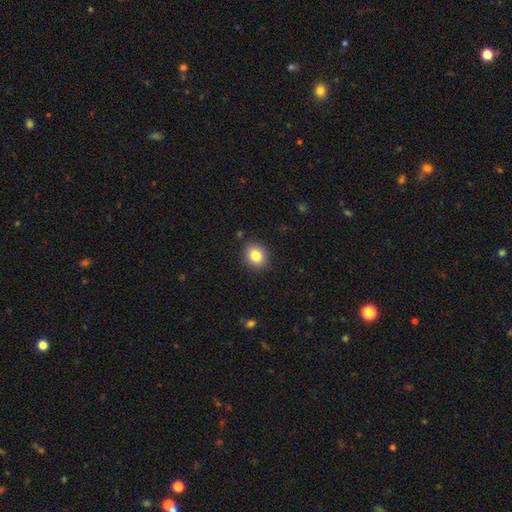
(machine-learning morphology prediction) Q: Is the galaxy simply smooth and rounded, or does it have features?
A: smooth — 83%.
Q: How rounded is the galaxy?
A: round — 72%.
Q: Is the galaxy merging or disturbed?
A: none — 89%.